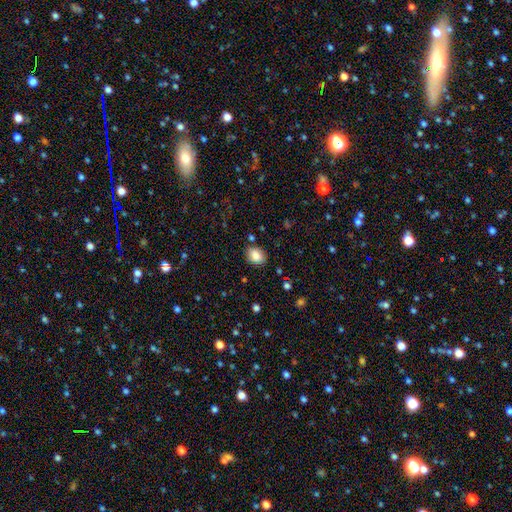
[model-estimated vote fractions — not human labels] Smooth or featured? smooth (84%)
How rounded? in between (67%)
Merging? none (84%)